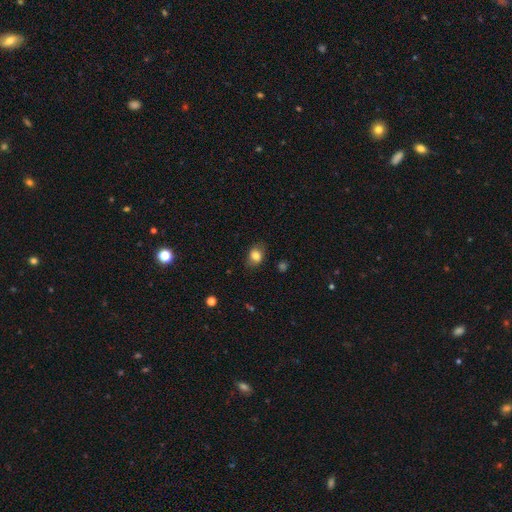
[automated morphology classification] Smooth or featured? Predicted: smooth (p=0.80). How rounded? Predicted: in between (p=0.67). Merging? Predicted: none (p=0.77).